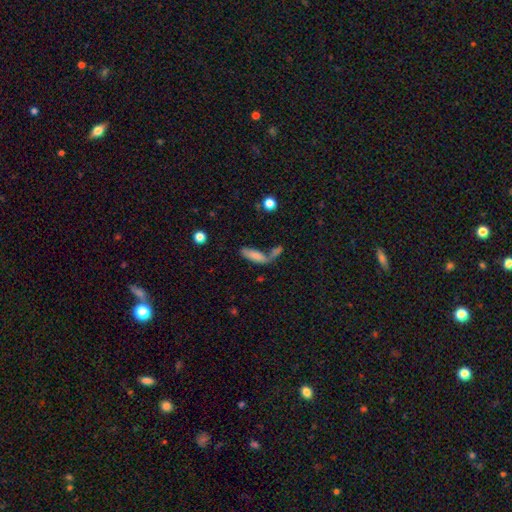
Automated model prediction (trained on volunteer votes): Overall: smooth (76%). How rounded: in between (56%; cigar-shaped 41%). Merging: merger (45%; none 34%).